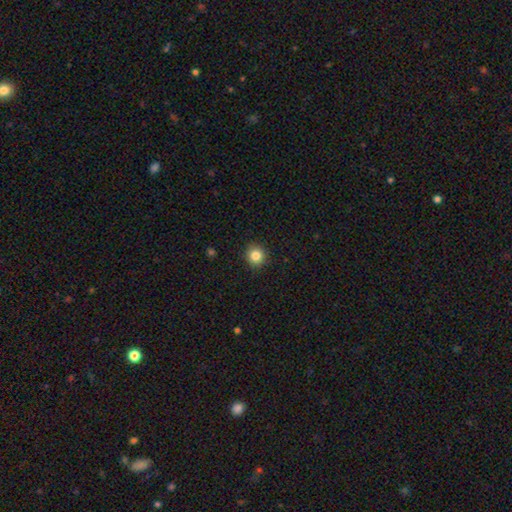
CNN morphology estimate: This appears to be a smooth galaxy with no disk features (84%) that is round (92%). Merging: none (92%).